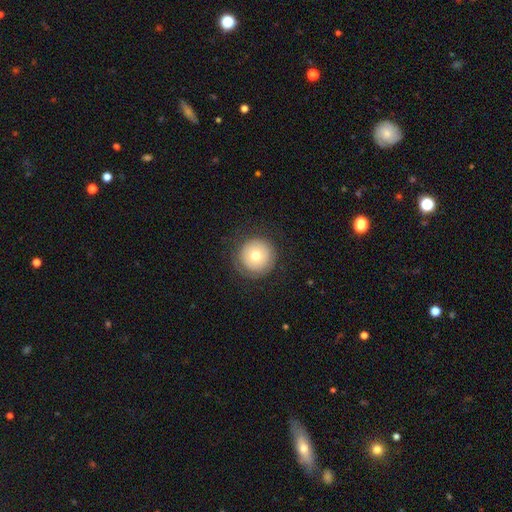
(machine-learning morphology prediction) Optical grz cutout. It shows a smooth galaxy with no disk features (65%) that is round (96%). Merging: none (83%).